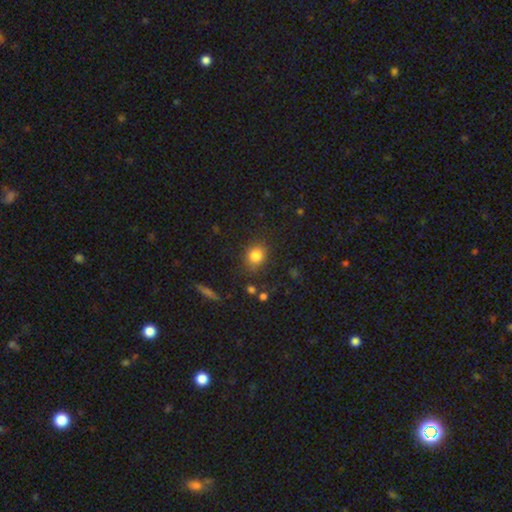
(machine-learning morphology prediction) Smooth or featured: smooth — 82% (star or artifact — 11%)
How rounded: round — 71% (in between — 28%)
Merging: none — 81% (minor disturbance — 13%)